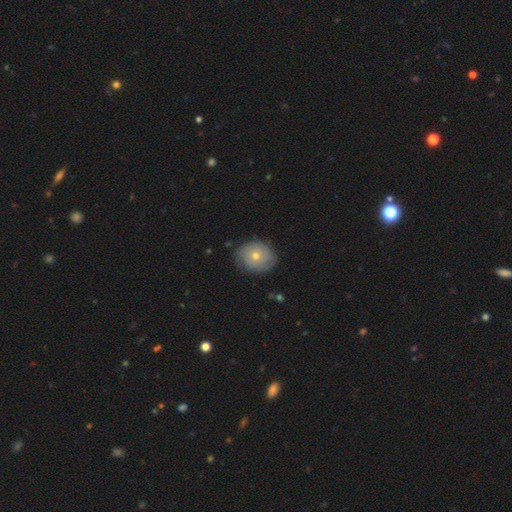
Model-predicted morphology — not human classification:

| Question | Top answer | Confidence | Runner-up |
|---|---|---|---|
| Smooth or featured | featured or disk | 47% | smooth (43%) |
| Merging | none | 78% | minor disturbance (17%) |